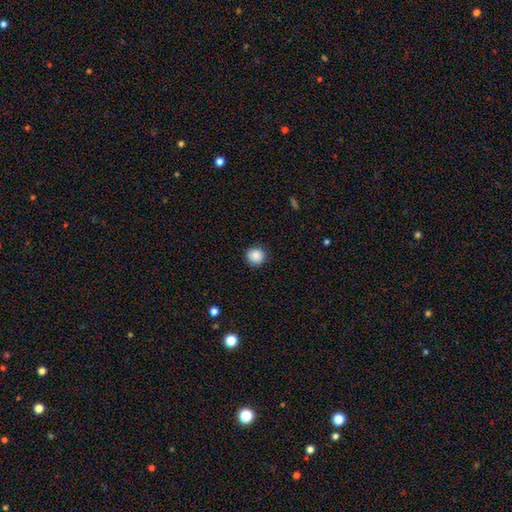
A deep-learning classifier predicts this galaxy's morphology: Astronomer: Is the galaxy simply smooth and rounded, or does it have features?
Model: smooth — 88%.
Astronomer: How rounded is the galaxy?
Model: round — 94%.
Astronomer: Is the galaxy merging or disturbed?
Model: none — 90%.